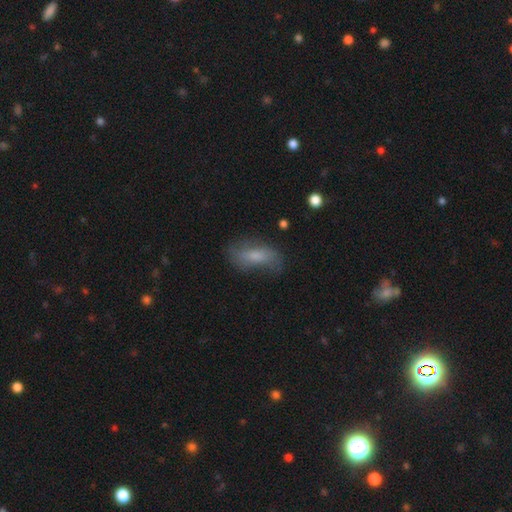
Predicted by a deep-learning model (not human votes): Smooth or featured: smooth — 60% (featured or disk — 31%)
How rounded: in between — 75% (cigar-shaped — 21%)
Merging: none — 63% (minor disturbance — 24%)